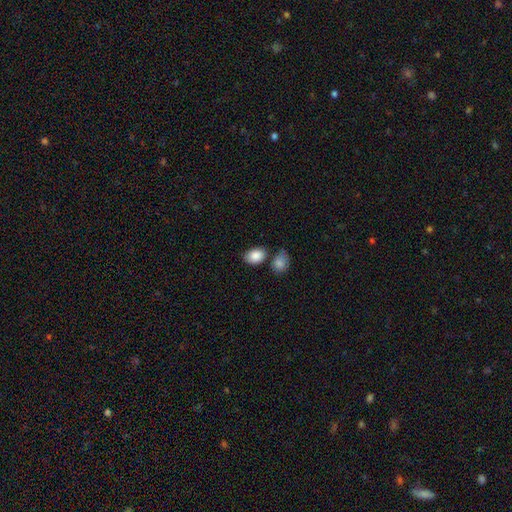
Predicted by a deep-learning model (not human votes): smooth 87%, star or artifact 7%, featured or disk 5%. Down the decision tree: how rounded — in between (78%); merging — none (63%).